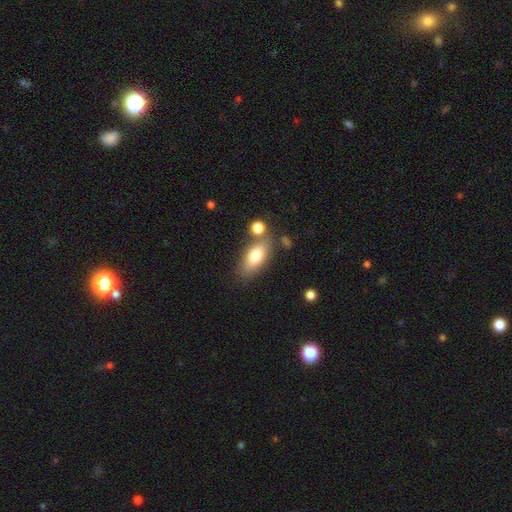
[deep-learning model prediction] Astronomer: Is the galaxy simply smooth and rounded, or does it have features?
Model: smooth — 76%.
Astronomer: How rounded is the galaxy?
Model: in between — 81%.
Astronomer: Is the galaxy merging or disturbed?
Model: none — 70%.